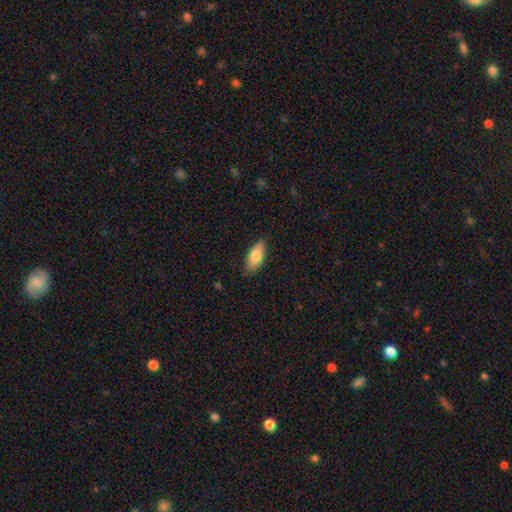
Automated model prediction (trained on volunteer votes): A smooth galaxy with no disk features (80%) that is in between round and cigar-shaped (83%). Merging: none (82%).